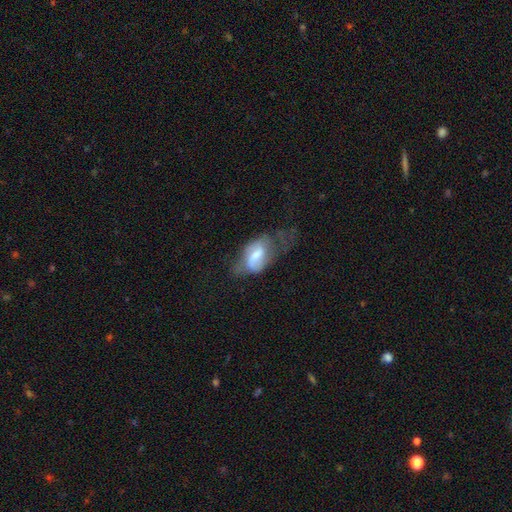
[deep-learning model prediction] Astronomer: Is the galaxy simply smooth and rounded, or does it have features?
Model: featured or disk — 47% (runner-up: smooth, 46%).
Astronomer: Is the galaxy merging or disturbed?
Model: major disturbance — 41% (runner-up: minor disturbance, 28%).